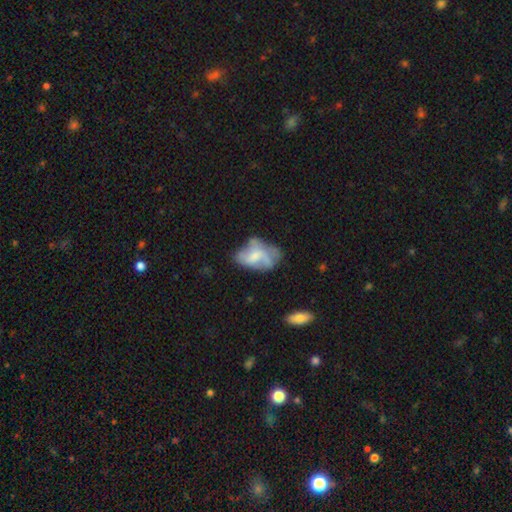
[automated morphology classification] Smooth or featured? featured or disk (47%)
Merging? none (33%)